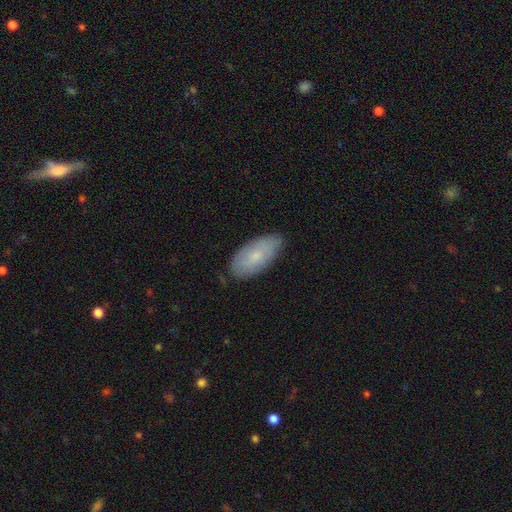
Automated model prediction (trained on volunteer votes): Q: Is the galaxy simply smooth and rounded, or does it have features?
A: smooth — 68%.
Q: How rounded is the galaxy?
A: in between — 91%.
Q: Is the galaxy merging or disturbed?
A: none — 76%.